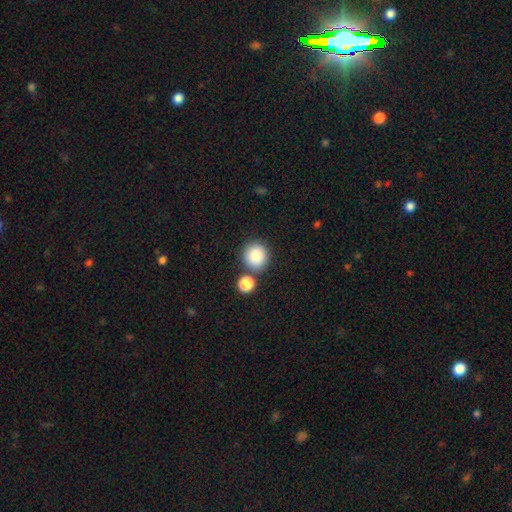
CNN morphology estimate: smooth 86%, star or artifact 9%, featured or disk 5%. Down the decision tree: how rounded — round (91%); merging — none (76%).